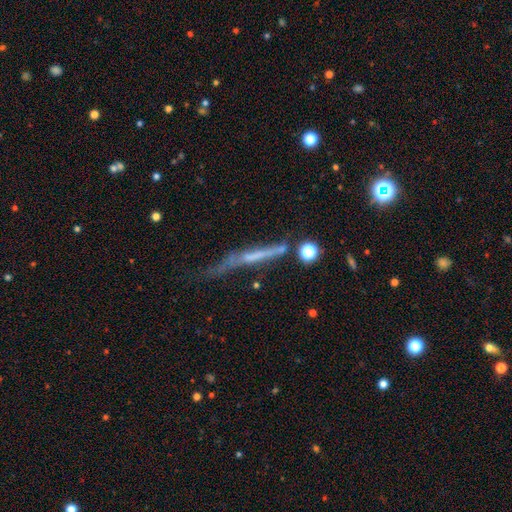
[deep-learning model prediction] Morphology: type=featured or disk (56%); edge-on=yes (83%); merging=none (42%).